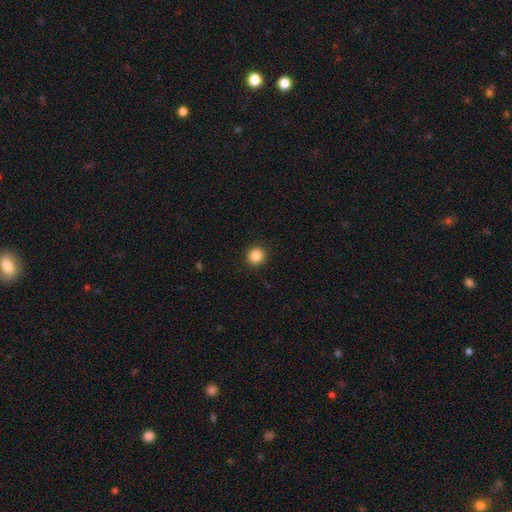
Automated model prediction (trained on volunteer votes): Q: Smooth or featured?
A: smooth (86%); runner-up: star or artifact (11%)
Q: How rounded?
A: round (93%); runner-up: in between (6%)
Q: Merging?
A: none (93%); runner-up: minor disturbance (5%)